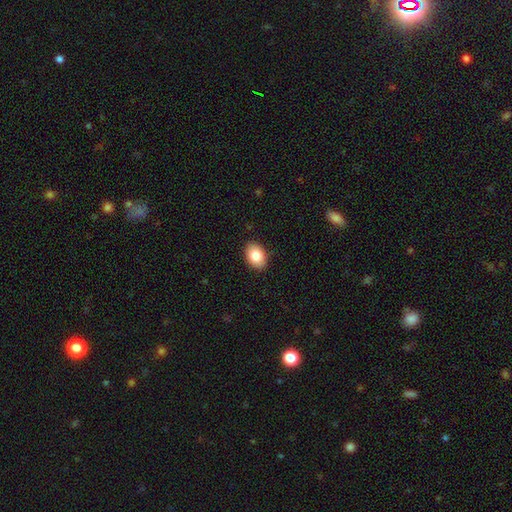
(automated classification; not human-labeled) Smooth or featured?
  - smooth: 86% *
  - star or artifact: 7%
  - featured or disk: 7%
How rounded?
  - in between: 83% *
  - round: 16%
  - cigar-shaped: 1%
Merging?
  - none: 89% *
  - minor disturbance: 9%
  - major disturbance: 2%
  - merger: 1%